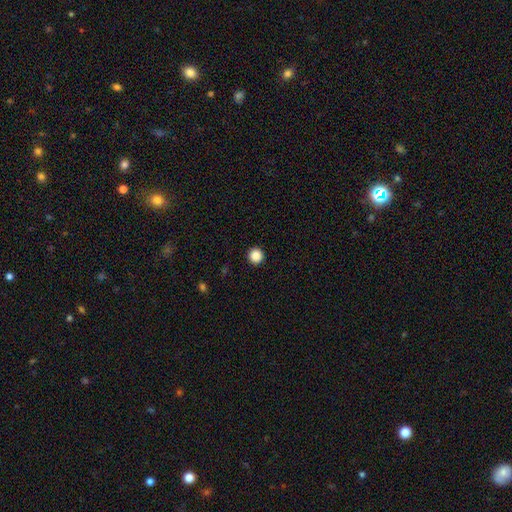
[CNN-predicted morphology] Smooth or featured? smooth (88%)
How rounded? round (96%)
Merging? none (94%)